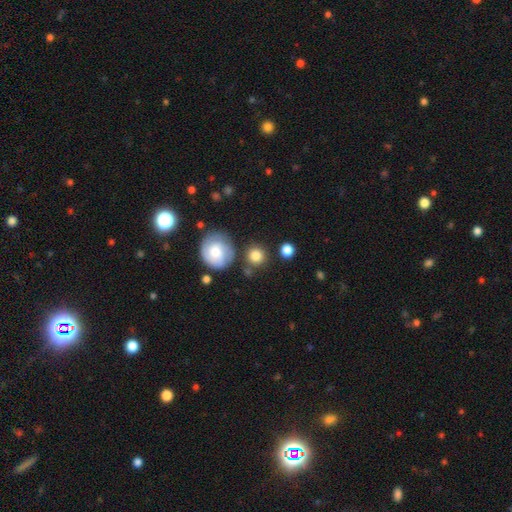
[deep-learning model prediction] Q: Smooth or featured?
A: smooth (80%); runner-up: featured or disk (12%)
Q: How rounded?
A: round (91%); runner-up: in between (7%)
Q: Merging?
A: none (78%); runner-up: minor disturbance (11%)